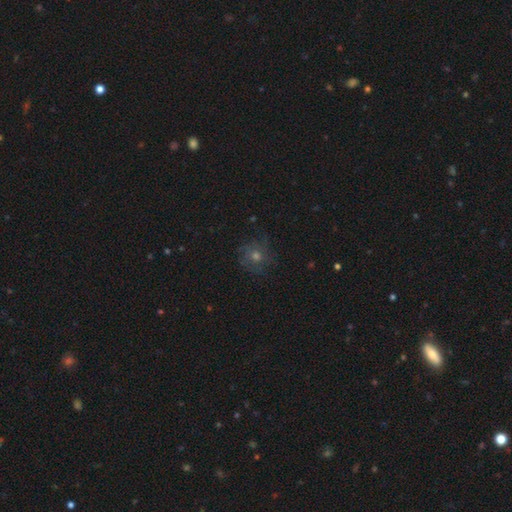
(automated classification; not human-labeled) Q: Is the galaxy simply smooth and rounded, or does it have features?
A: smooth — 36%.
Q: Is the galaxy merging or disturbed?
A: none — 77%.